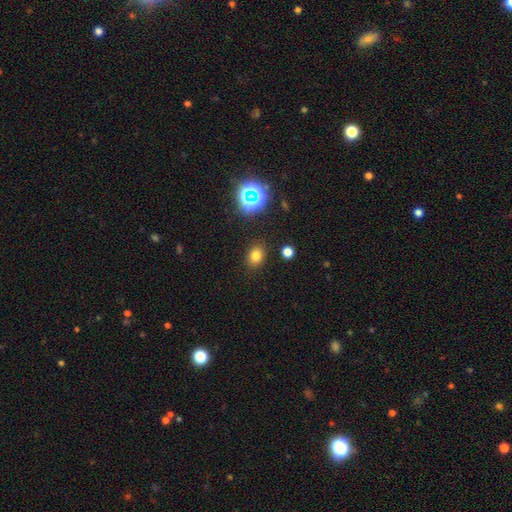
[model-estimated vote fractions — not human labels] Q: Smooth or featured?
A: smooth (76%); runner-up: star or artifact (18%)
Q: How rounded?
A: in between (57%); runner-up: round (42%)
Q: Merging?
A: none (86%); runner-up: minor disturbance (9%)